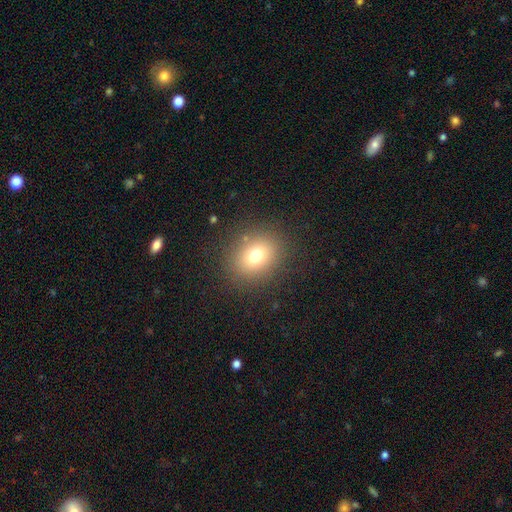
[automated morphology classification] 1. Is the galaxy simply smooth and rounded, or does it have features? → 73% smooth, 16% star or artifact, 12% featured or disk.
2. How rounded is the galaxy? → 62% round, 37% in between, 1% cigar-shaped.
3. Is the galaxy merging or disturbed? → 85% none, 8% minor disturbance, 5% major disturbance, 1% merger.